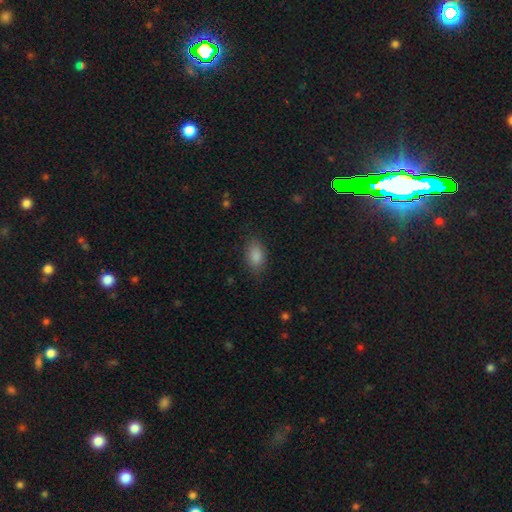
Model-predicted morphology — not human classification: Q: Smooth or featured?
A: smooth (85%); runner-up: star or artifact (9%)
Q: How rounded?
A: in between (88%); runner-up: round (10%)
Q: Merging?
A: none (82%); runner-up: minor disturbance (13%)